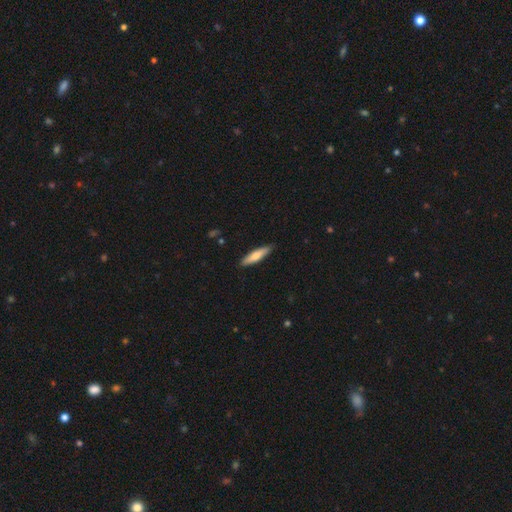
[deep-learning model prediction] Smooth or featured? smooth (70%)
How rounded? cigar-shaped (77%)
Merging? none (89%)